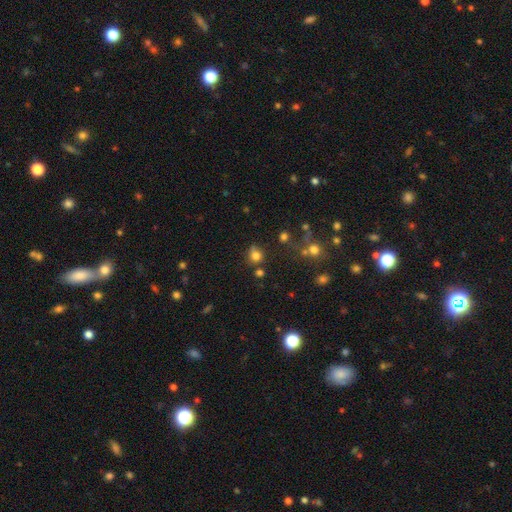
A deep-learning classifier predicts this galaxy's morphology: Smooth or featured?
  - smooth: 77% *
  - star or artifact: 15%
  - featured or disk: 7%
How rounded?
  - round: 75% *
  - in between: 24%
  - cigar-shaped: 1%
Merging?
  - none: 61% *
  - minor disturbance: 21%
  - merger: 10%
  - major disturbance: 7%